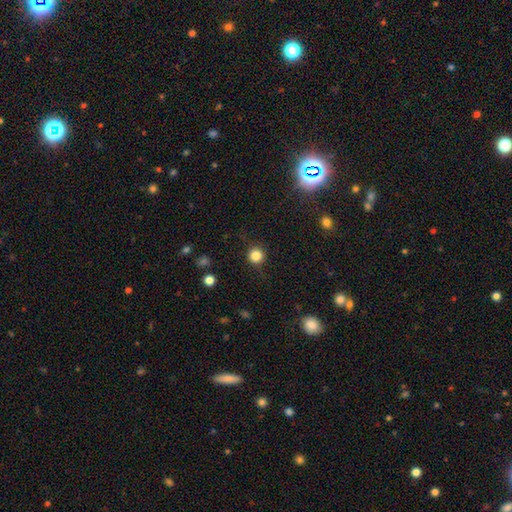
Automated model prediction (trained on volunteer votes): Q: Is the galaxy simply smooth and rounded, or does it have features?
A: smooth — 84%.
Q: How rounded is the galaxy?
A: round — 95%.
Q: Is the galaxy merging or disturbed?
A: none — 88%.